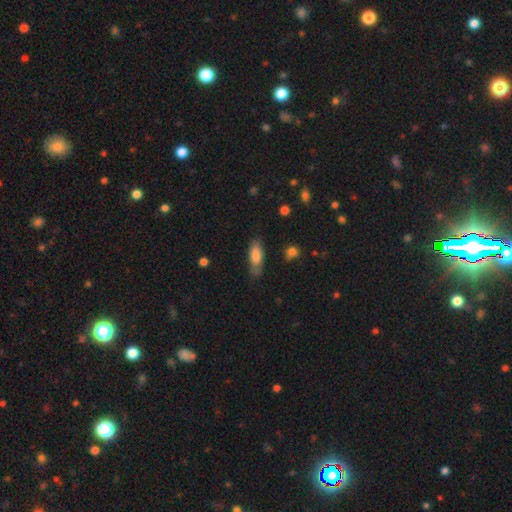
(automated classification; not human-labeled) smooth-or-featured: smooth: 78% | featured or disk: 15% | star or artifact: 7%
  how-rounded: in between: 70% | cigar-shaped: 28% | round: 2%
  merging: none: 67% | minor disturbance: 24% | major disturbance: 7% | merger: 2%